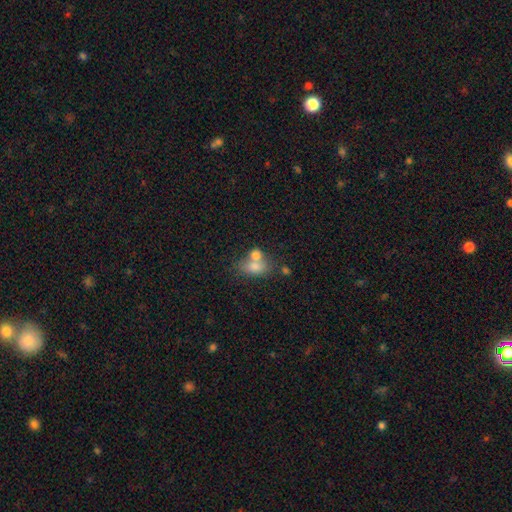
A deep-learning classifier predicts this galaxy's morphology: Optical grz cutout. It shows a smooth galaxy with no disk features (76%) that is in between round and cigar-shaped (71%). Merging: merger (53%).